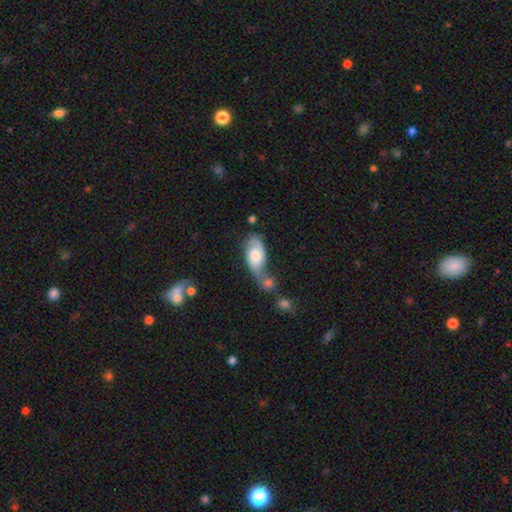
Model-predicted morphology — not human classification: The model was most divided on "smooth or featured": smooth: 52%, featured or disk: 42%, star or artifact: 7%. Remaining: how rounded — in between (89%); merging — merger (43%).